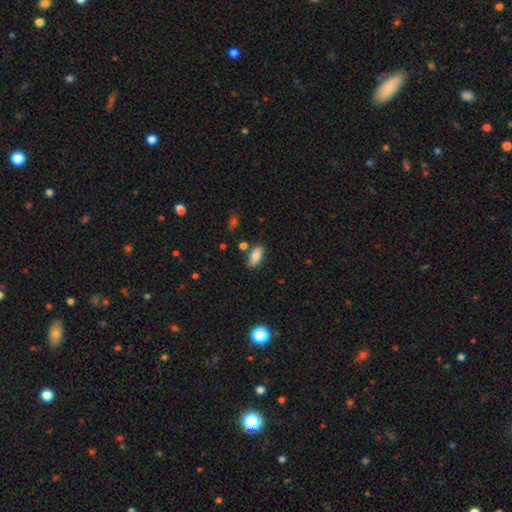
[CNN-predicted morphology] Smooth or featured?
  - smooth: 82% *
  - featured or disk: 10%
  - star or artifact: 8%
How rounded?
  - in between: 90% *
  - cigar-shaped: 7%
  - round: 3%
Merging?
  - none: 78% *
  - minor disturbance: 14%
  - merger: 6%
  - major disturbance: 3%